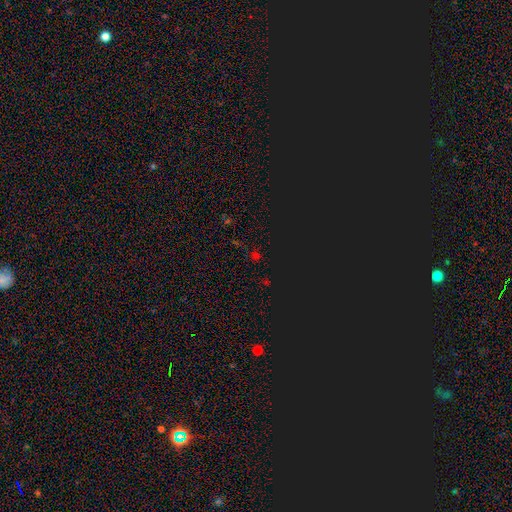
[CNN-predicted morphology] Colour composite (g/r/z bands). It shows a star or artifact, not a galaxy (66%).